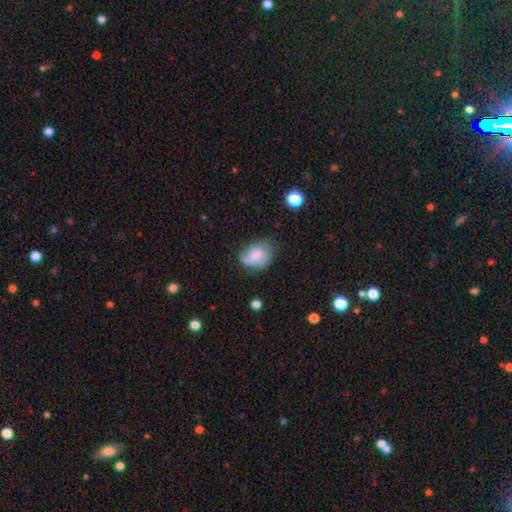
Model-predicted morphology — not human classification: smooth 49%, featured or disk 43%, star or artifact 8%. Down the decision tree: merging — none (51%).